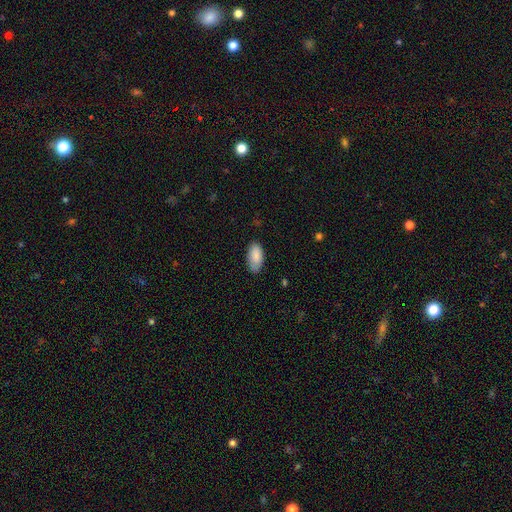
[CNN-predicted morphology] A smooth galaxy with no disk features (85%) that is in between round and cigar-shaped (94%).

Vote fractions:
- Smooth or featured? smooth: 85% / featured or disk: 8% / star or artifact: 6%
- How rounded? in between: 94% / cigar-shaped: 4% / round: 2%
- Merging? none: 76% / minor disturbance: 19% / major disturbance: 3% / merger: 1%